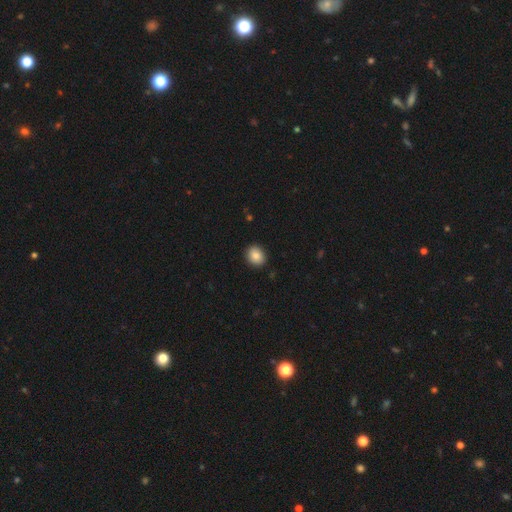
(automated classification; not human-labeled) A smooth galaxy with no disk features (86%) that is round (60%).

Vote fractions:
- Smooth or featured? smooth: 86% / star or artifact: 8% / featured or disk: 6%
- How rounded? round: 60% / in between: 39% / cigar-shaped: 1%
- Merging? none: 91% / minor disturbance: 7% / major disturbance: 2% / merger: 1%